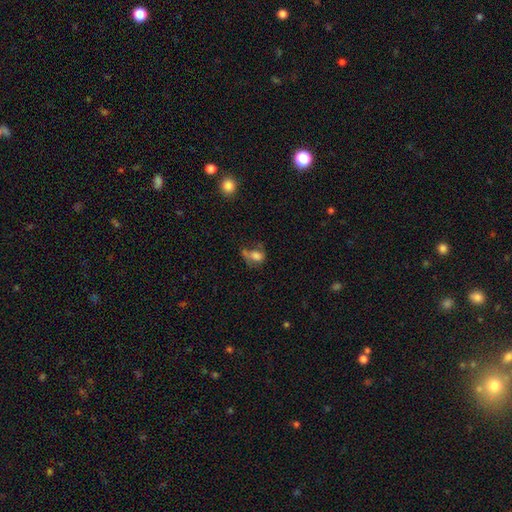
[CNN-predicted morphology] Q: Smooth or featured?
A: smooth (61%); runner-up: featured or disk (25%)
Q: How rounded?
A: in between (73%); runner-up: round (24%)
Q: Merging?
A: major disturbance (39%); runner-up: none (29%)